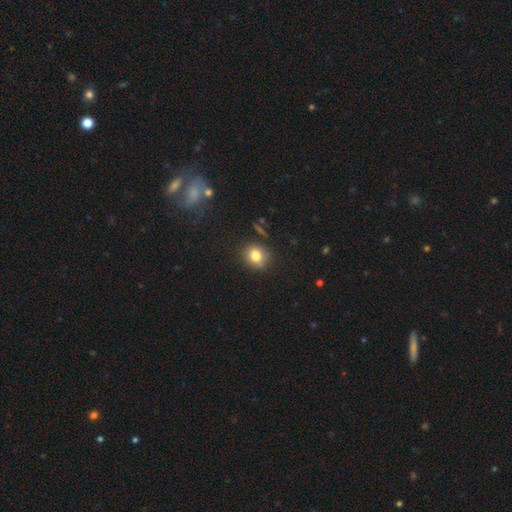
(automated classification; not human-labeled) smooth_or_featured: smooth (p=0.80) [alt: star or artifact p=0.12]
how_rounded: round (p=0.65) [alt: in between p=0.33]
merging: none (p=0.81) [alt: minor disturbance p=0.13]